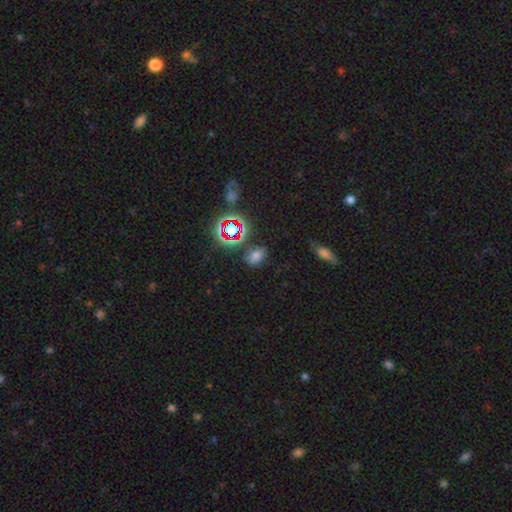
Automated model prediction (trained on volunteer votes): Smooth or featured? Predicted: smooth (p=0.65). How rounded? Predicted: in between (p=0.81). Merging? Predicted: none (p=0.77).